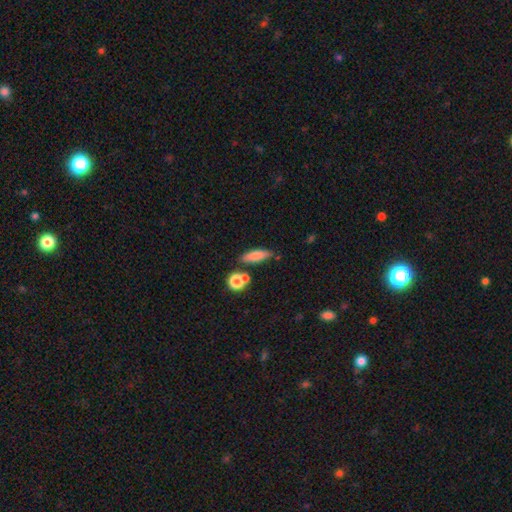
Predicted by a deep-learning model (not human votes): Q: Smooth or featured?
A: smooth (79%); runner-up: featured or disk (12%)
Q: How rounded?
A: in between (47%); tied with: cigar-shaped (47%)
Q: Merging?
A: none (71%); runner-up: minor disturbance (14%)